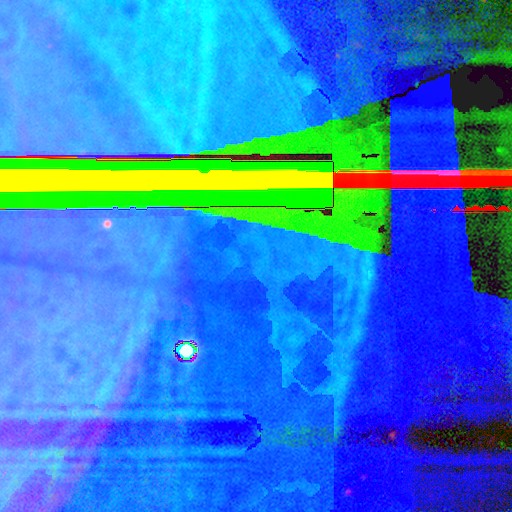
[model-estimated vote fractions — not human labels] The model was most divided on "smooth or featured": star or artifact: 86%, featured or disk: 8%, smooth: 6%.